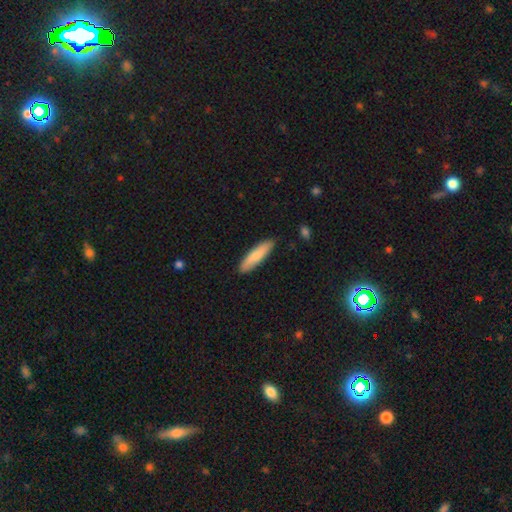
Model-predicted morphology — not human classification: smooth-or-featured: smooth: 79% | featured or disk: 16% | star or artifact: 5%
  how-rounded: cigar-shaped: 70% | in between: 29% | round: 1%
  merging: none: 88% | minor disturbance: 9% | major disturbance: 2% | merger: 1%